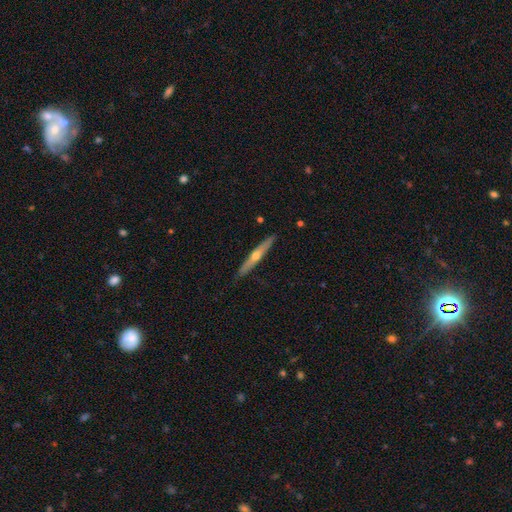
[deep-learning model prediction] This is likely a featured or disk galaxy (64%). It is clearly viewed edge-on (96%). Edge-on bulge: clearly rounded (85%). Merging: clearly none (90%).